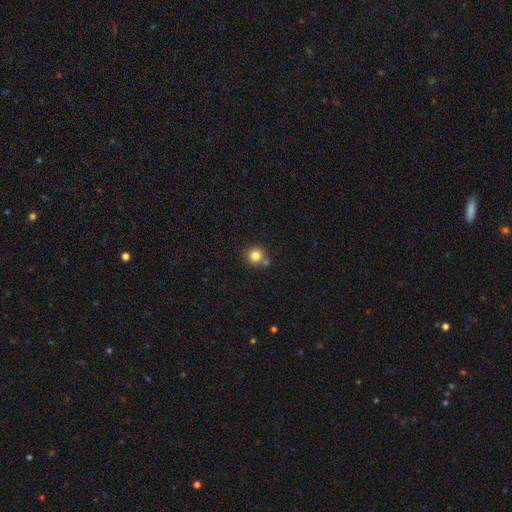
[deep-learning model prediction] The model was most divided on "merging": none: 68%, merger: 18%, minor disturbance: 11%, major disturbance: 3%. More confident: how rounded — round (92%); smooth or featured — smooth (82%).